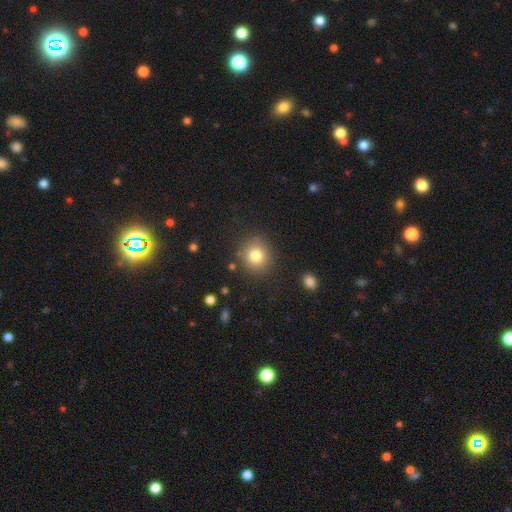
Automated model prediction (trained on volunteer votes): Morphology: type=smooth (80%); roundness=round (86%); merging=none (85%).